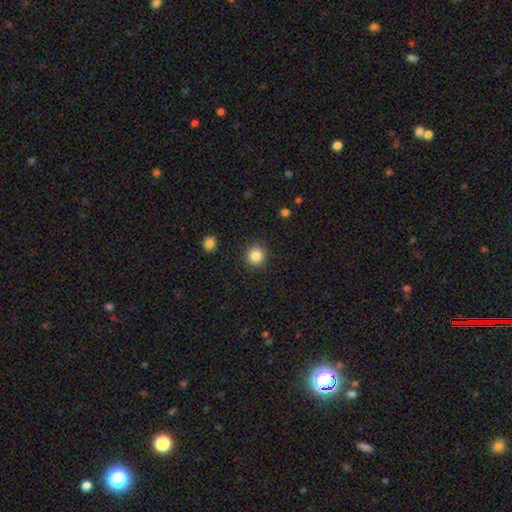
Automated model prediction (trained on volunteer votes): Overall: smooth (85%). How rounded: round (91%). Merging: none (91%).